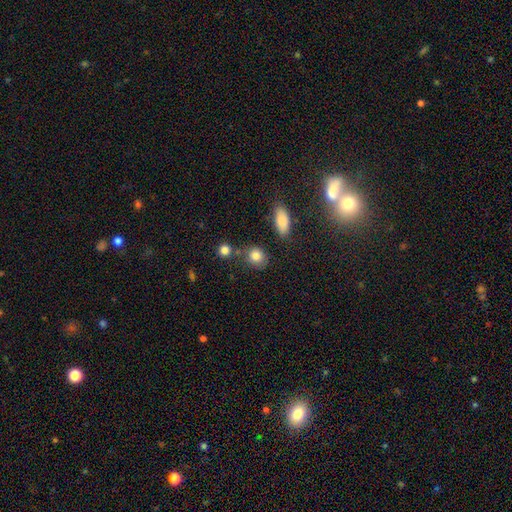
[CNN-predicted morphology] smooth_or_featured: smooth (p=0.83) [alt: star or artifact p=0.10]
how_rounded: round (p=0.74) [alt: in between p=0.25]
merging: none (p=0.72) [alt: minor disturbance p=0.13]